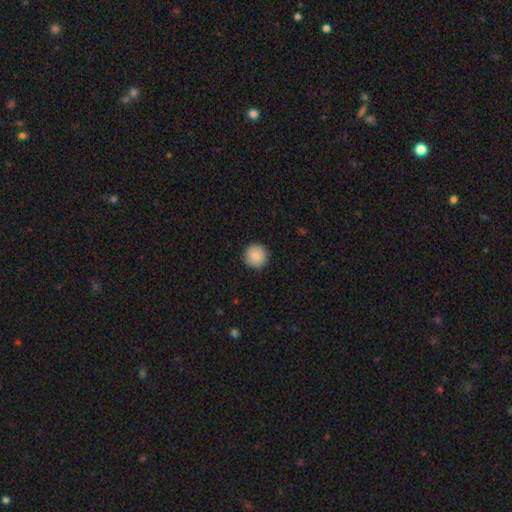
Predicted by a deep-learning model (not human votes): A smooth galaxy with no disk features (88%) that is round (95%).

Vote fractions:
- Smooth or featured? smooth: 88% / star or artifact: 7% / featured or disk: 4%
- How rounded? round: 95% / in between: 4% / cigar-shaped: 1%
- Merging? none: 92% / minor disturbance: 6% / major disturbance: 2% / merger: 1%